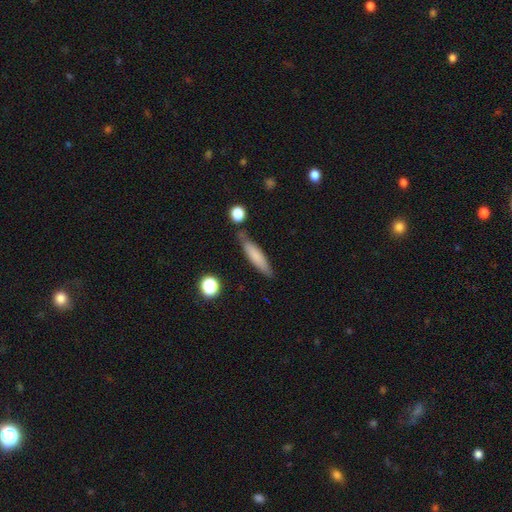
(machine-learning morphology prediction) This appears to be a smooth galaxy with no disk features (75%) that is cigar-shaped (80%). Merging: none (74%).